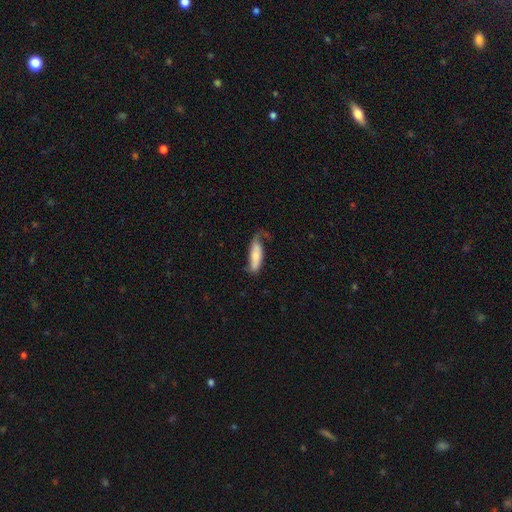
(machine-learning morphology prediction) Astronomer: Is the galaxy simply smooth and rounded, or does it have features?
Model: smooth — 66%.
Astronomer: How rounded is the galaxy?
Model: cigar-shaped — 50% (runner-up: in between, 48%).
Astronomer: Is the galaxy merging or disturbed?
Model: none — 39% (runner-up: minor disturbance, 33%).